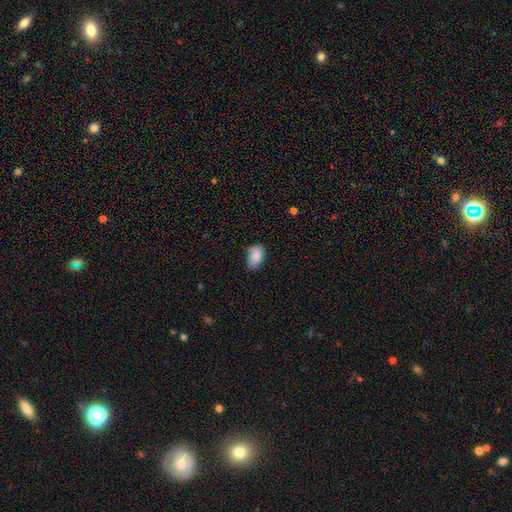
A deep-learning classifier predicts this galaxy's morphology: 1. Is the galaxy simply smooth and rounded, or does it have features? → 87% smooth, 7% star or artifact, 6% featured or disk.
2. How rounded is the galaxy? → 92% in between, 7% round, 2% cigar-shaped.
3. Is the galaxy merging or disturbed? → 69% none, 25% minor disturbance, 4% major disturbance, 1% merger.